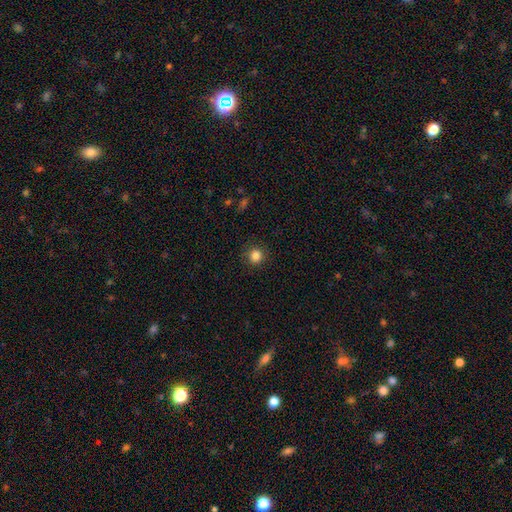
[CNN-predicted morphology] The model was most divided on "smooth or featured": smooth: 84%, star or artifact: 11%, featured or disk: 4%. More confident: how rounded — round (94%); merging — none (89%).